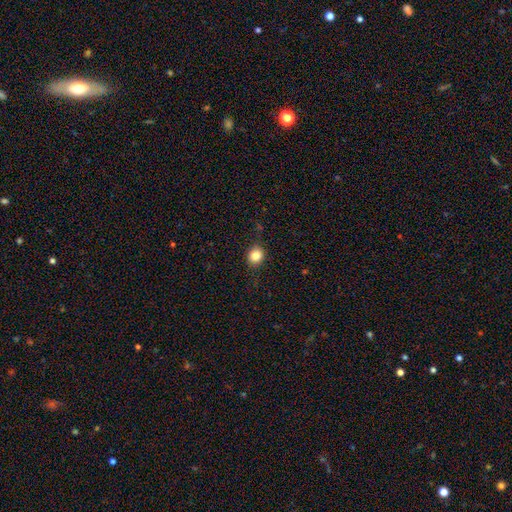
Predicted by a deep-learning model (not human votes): Q: Smooth or featured?
A: smooth (83%); runner-up: star or artifact (11%)
Q: How rounded?
A: round (71%); runner-up: in between (28%)
Q: Merging?
A: none (86%); runner-up: minor disturbance (10%)